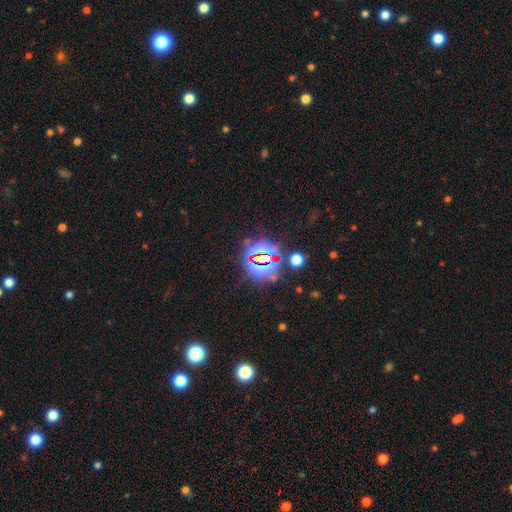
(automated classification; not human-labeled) This is likely a star or artifact rather than a galaxy (80%).